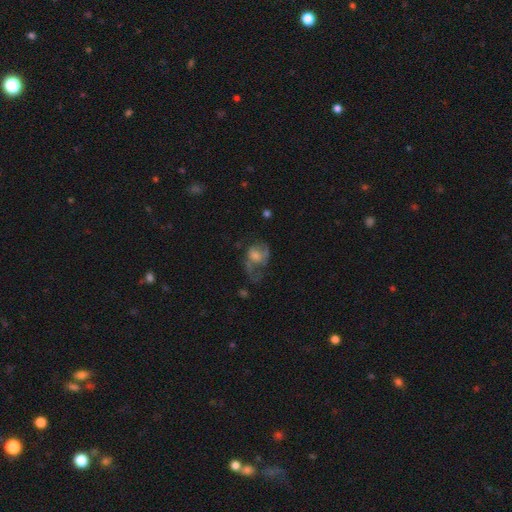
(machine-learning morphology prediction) Overall: featured or disk (46%; smooth 44%). Merging: major disturbance (52%; none 25%).